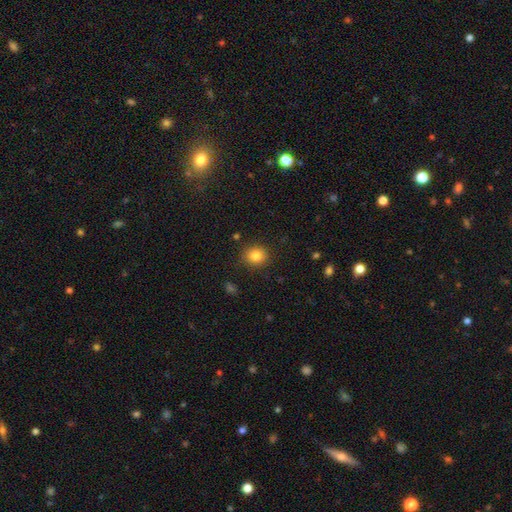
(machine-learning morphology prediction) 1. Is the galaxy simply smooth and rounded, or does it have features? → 83% smooth, 11% star or artifact, 6% featured or disk.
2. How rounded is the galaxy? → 76% round, 23% in between, 1% cigar-shaped.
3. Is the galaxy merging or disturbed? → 88% none, 8% minor disturbance, 3% major disturbance, 1% merger.